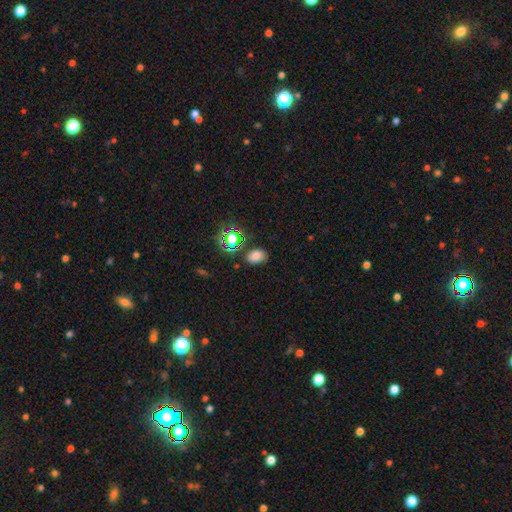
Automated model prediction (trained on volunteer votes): Smooth or featured? smooth (73%)
How rounded? in between (72%)
Merging? none (80%)